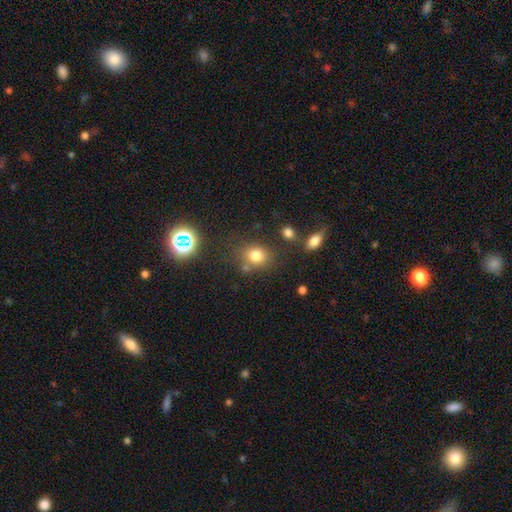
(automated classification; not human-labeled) Smooth or featured? Predicted: smooth (p=0.76). How rounded? Predicted: round (p=0.66). Merging? Predicted: none (p=0.72).